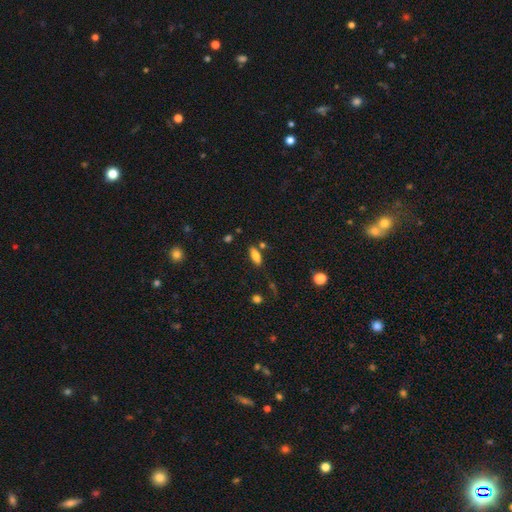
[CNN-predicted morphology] Smooth or featured: smooth — 76% (featured or disk — 15%)
How rounded: in between — 77% (cigar-shaped — 20%)
Merging: none — 75% (minor disturbance — 13%)